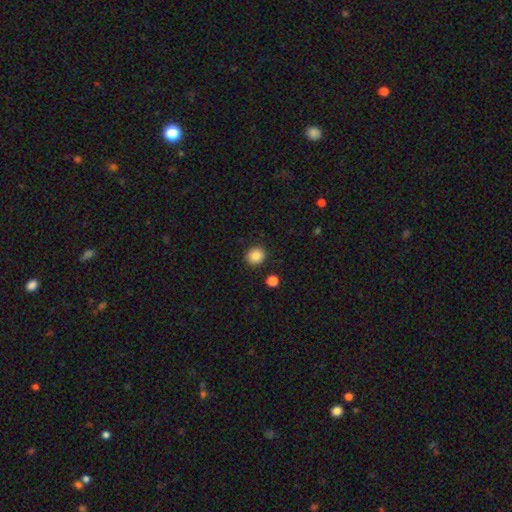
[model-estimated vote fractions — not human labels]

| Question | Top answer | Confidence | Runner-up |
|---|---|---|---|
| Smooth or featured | smooth | 86% | star or artifact (10%) |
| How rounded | round | 82% | in between (17%) |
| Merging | none | 90% | minor disturbance (6%) |